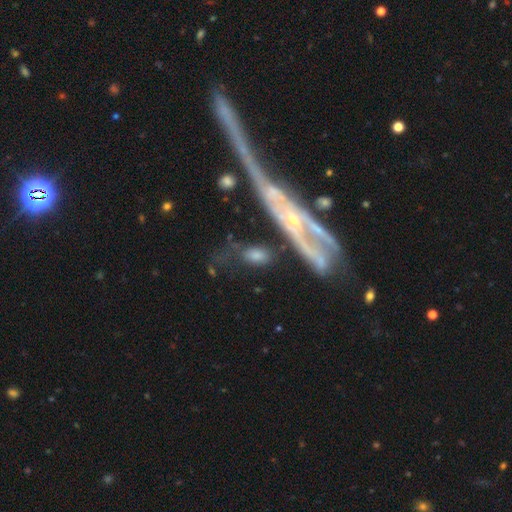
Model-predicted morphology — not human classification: Smooth or featured?
  - featured or disk: 50% *
  - smooth: 40%
  - star or artifact: 10%
Merging?
  - none: 47% *
  - minor disturbance: 23%
  - major disturbance: 17%
  - merger: 14%